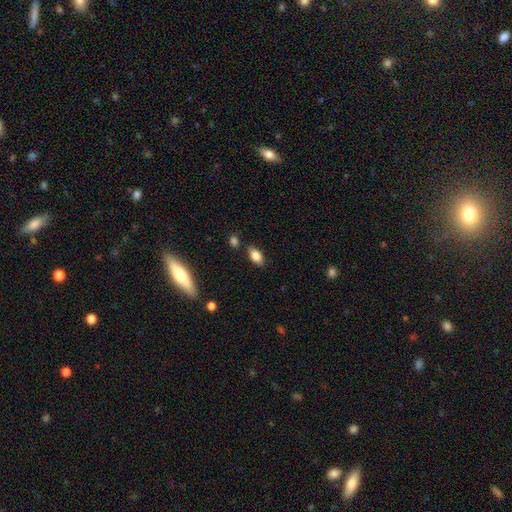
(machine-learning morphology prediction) smooth 83%, featured or disk 9%, star or artifact 8%. Down the decision tree: how rounded — in between (89%); merging — none (82%).